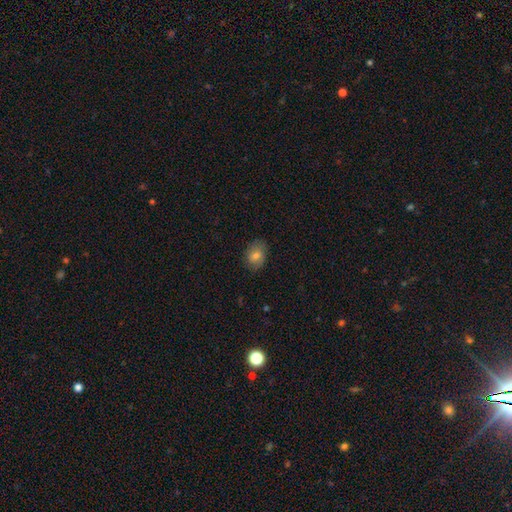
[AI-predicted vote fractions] Overall: smooth (72%). How rounded: in between (69%; round 30%). Merging: none (80%).